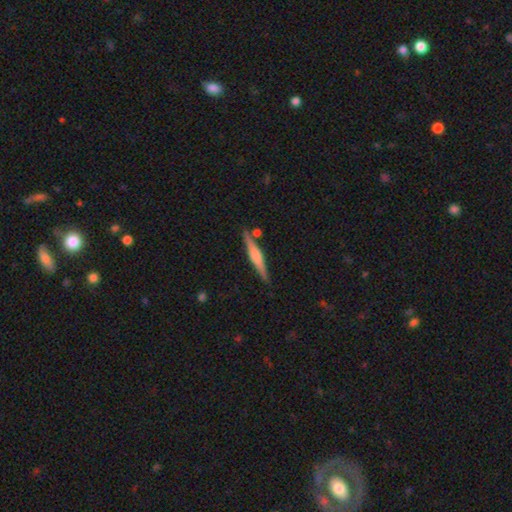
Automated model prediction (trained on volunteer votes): Morphology: type=featured or disk (63%); edge-on=yes (97%); edge-on bulge=rounded (65%); merging=none (84%).